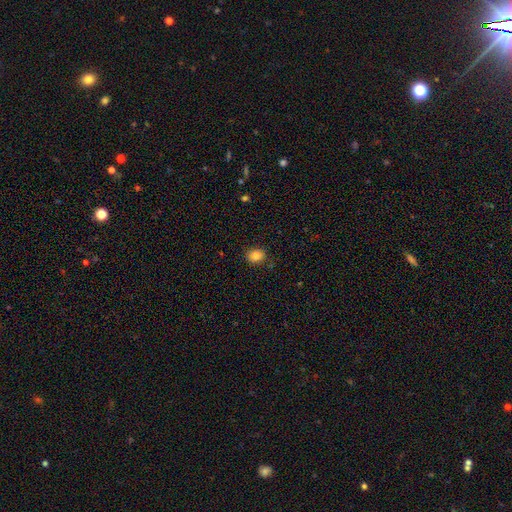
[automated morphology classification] smooth-or-featured: smooth: 85% | star or artifact: 10% | featured or disk: 5%
  how-rounded: in between: 50% (tied) | round: 50% (tied) | cigar-shaped: 1%
  merging: none: 87% | minor disturbance: 9% | major disturbance: 2% | merger: 2%